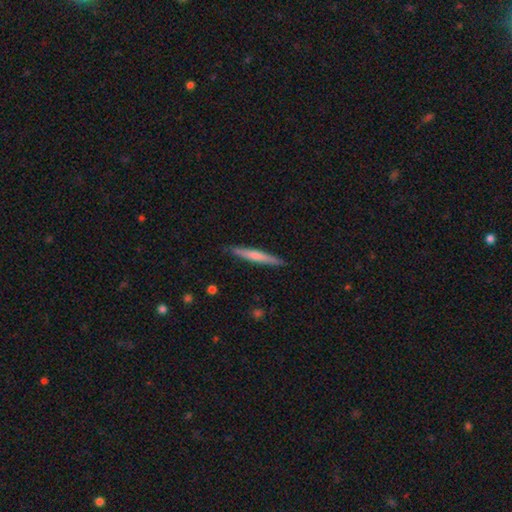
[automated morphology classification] type=smooth (58%); roundness=cigar-shaped (96%); merging=none (89%).